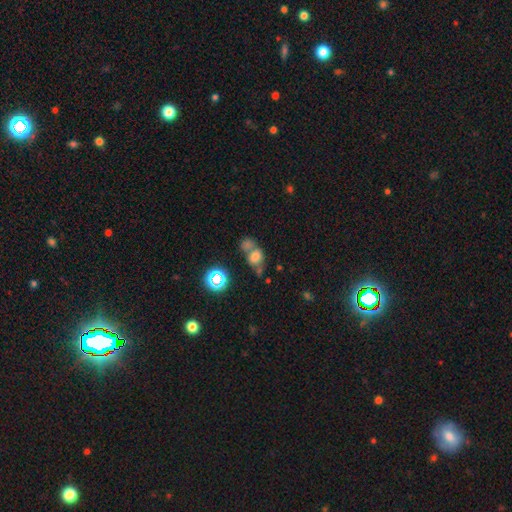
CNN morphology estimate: This is likely a smooth galaxy (62%). How rounded: possibly in between (59%). Merging: possibly merger (46%).